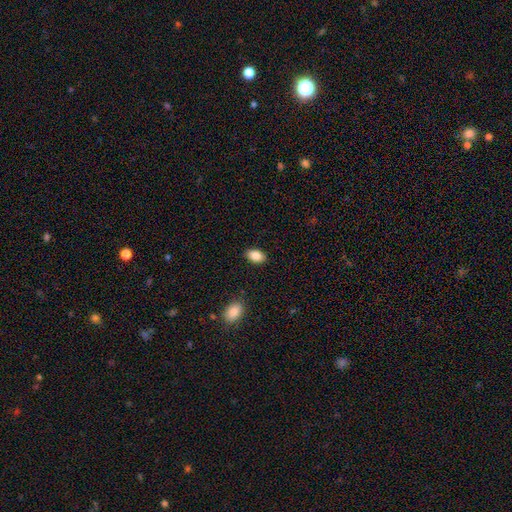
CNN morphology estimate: Smooth or featured? Predicted: smooth (p=0.86). How rounded? Predicted: in between (p=0.90). Merging? Predicted: none (p=0.88).